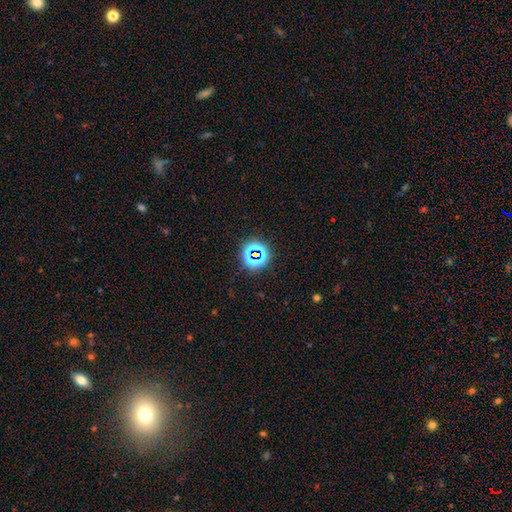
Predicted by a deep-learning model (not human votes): smooth_or_featured: star or artifact (p=0.67) [alt: smooth p=0.23]